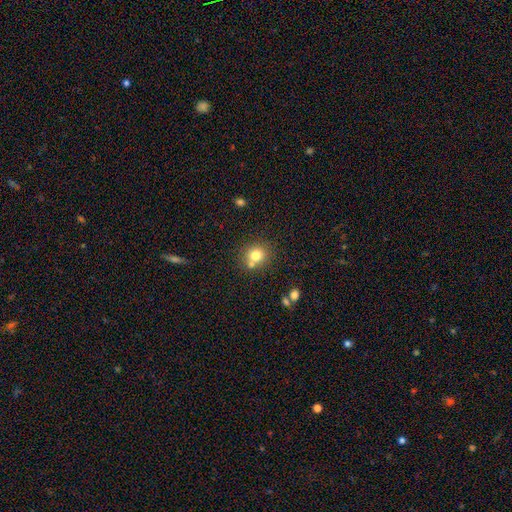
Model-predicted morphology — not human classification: Smooth or featured? smooth (77%)
How rounded? round (80%)
Merging? none (64%)